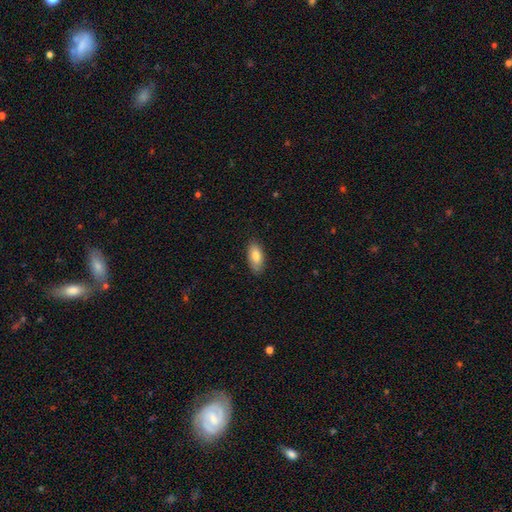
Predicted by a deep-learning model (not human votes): smooth_or_featured: smooth (p=0.82) [alt: featured or disk p=0.11]
how_rounded: in between (p=0.90) [alt: cigar-shaped p=0.07]
merging: none (p=0.85) [alt: minor disturbance p=0.12]